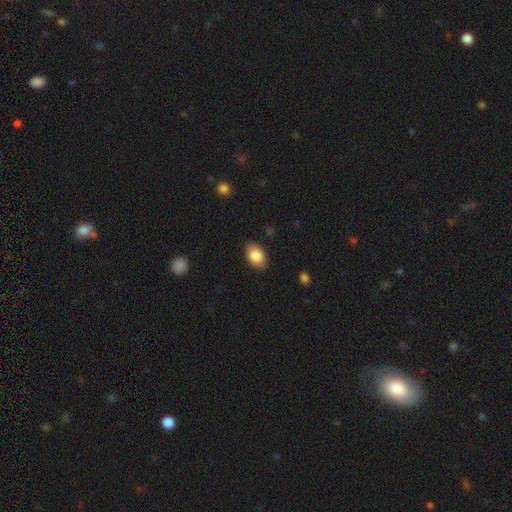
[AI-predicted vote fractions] This is clearly a smooth galaxy (85%). How rounded: clearly in between (87%). Merging: clearly none (83%).